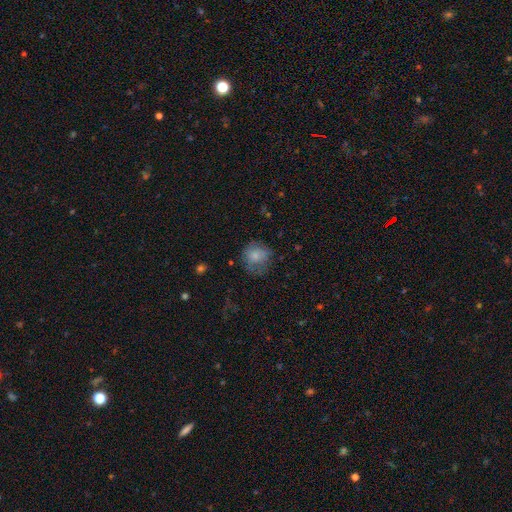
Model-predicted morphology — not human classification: The model was most divided on "merging": none: 56%, minor disturbance: 26%, major disturbance: 16%, merger: 2%. More confident: how rounded — round (80%); smooth or featured — smooth (77%).